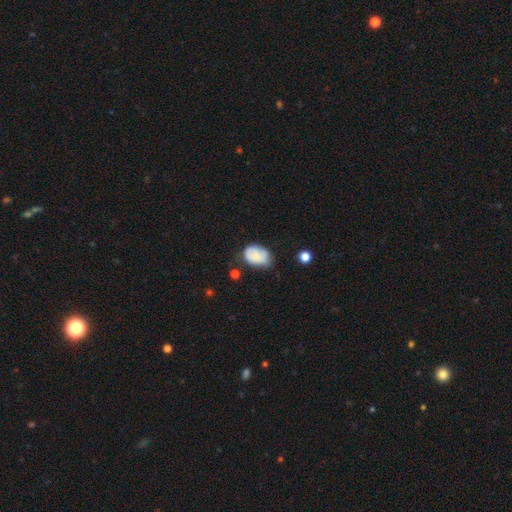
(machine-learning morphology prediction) Smooth or featured: smooth — 74% (featured or disk — 18%)
How rounded: in between — 79% (round — 19%)
Merging: none — 48% (minor disturbance — 38%)